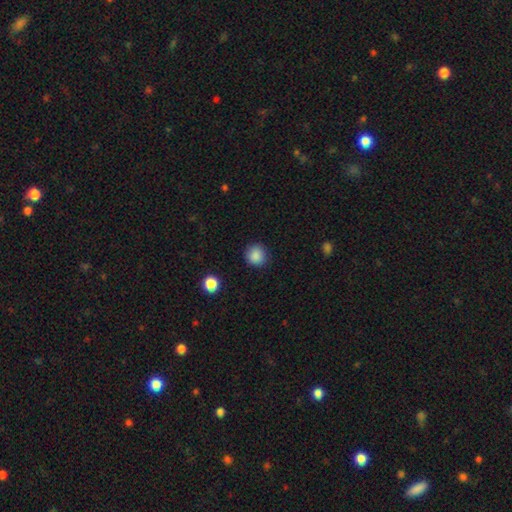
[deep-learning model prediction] Smooth or featured? smooth (88%)
How rounded? round (91%)
Merging? none (88%)